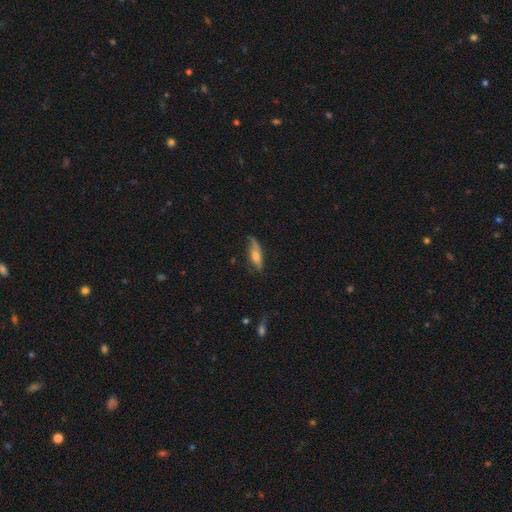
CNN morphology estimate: Overall: smooth (54%; featured or disk 39%). How rounded: cigar-shaped (49%; in between 48%). Merging: none (58%; minor disturbance 29%).